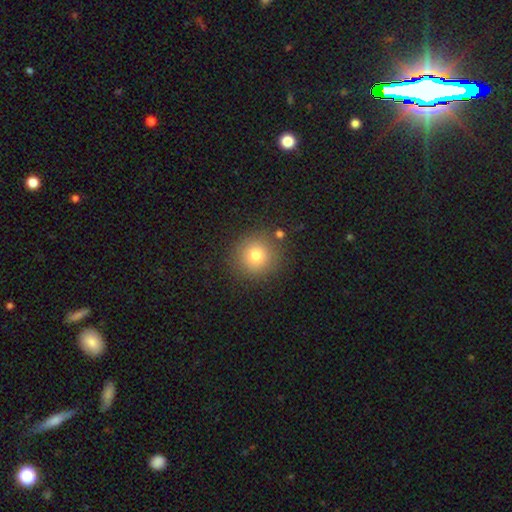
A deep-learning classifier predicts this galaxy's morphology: Smooth or featured: smooth — 77% (star or artifact — 13%)
How rounded: round — 94% (in between — 5%)
Merging: none — 86% (minor disturbance — 8%)